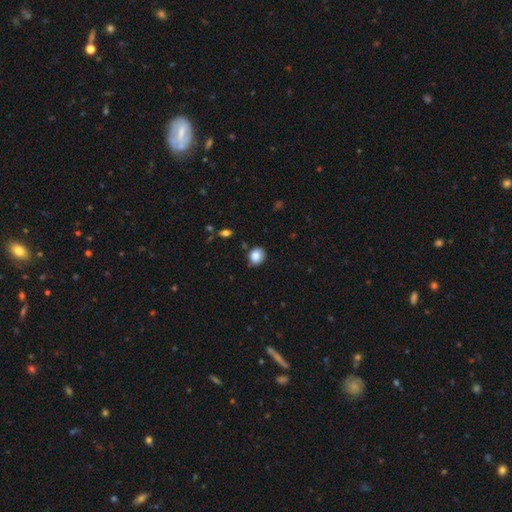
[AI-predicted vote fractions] A smooth galaxy with no disk features (85%) that is round (61%).

Vote fractions:
- Smooth or featured? smooth: 85% / star or artifact: 9% / featured or disk: 6%
- How rounded? round: 61% / in between: 38% / cigar-shaped: 1%
- Merging? none: 78% / minor disturbance: 16% / major disturbance: 3% / merger: 2%